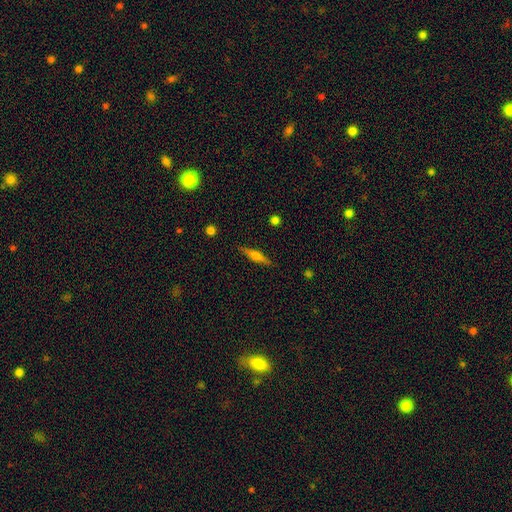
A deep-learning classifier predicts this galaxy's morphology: Q: Smooth or featured?
A: featured or disk (56%); runner-up: smooth (37%)
Q: Edge-on disk?
A: yes (96%); runner-up: no (4%)
Q: Edge-on bulge?
A: rounded (79%); runner-up: boxy (14%)
Q: Merging?
A: none (88%); runner-up: minor disturbance (8%)